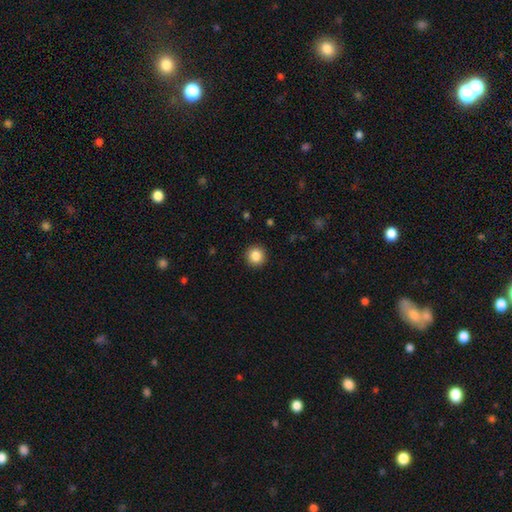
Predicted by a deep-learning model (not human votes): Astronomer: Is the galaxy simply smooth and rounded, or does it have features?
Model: smooth — 86%.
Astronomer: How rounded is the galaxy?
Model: round — 94%.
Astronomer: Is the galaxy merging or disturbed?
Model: none — 93%.